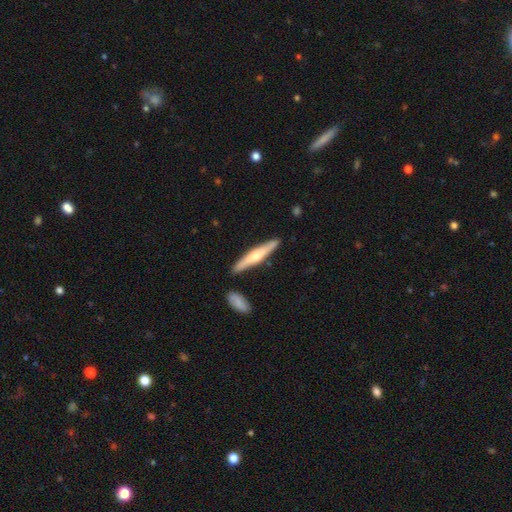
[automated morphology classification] smooth-or-featured: featured or disk: 54% | smooth: 41% | star or artifact: 5%
  disk-edge-on: yes: 95% | no: 5%
    edge-on-bulge: rounded: 82% | none: 10% | boxy: 8%
  merging: none: 84% | minor disturbance: 9% | merger: 4% | major disturbance: 2%